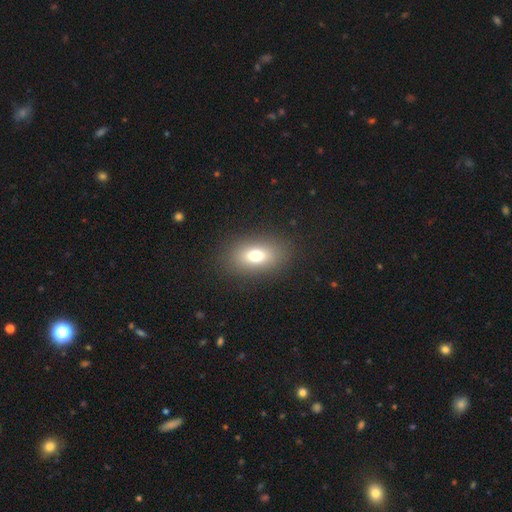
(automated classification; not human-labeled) A smooth galaxy with no disk features (74%) that is in between round and cigar-shaped (81%). Merging: none (87%).